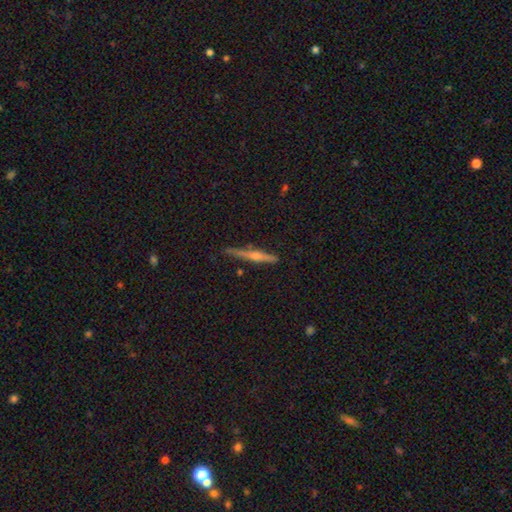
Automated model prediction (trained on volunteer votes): This appears to be a featured or disk galaxy (71%) viewed edge-on (98%) with a rounded central bulge (83%). Merging: none (87%).